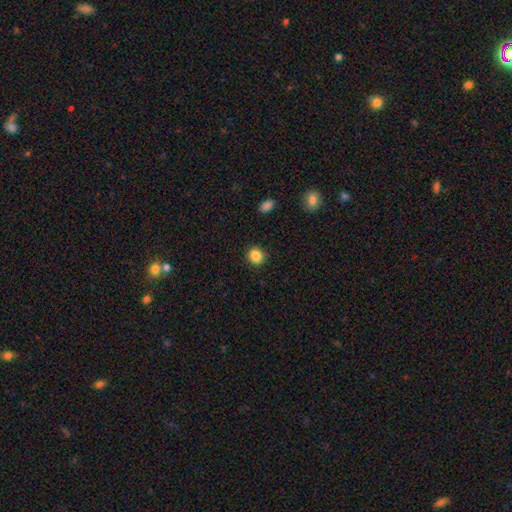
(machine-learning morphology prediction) A smooth galaxy with no disk features (86%) that is round (83%).

Vote fractions:
- Smooth or featured? smooth: 86% / star or artifact: 10% / featured or disk: 4%
- How rounded? round: 83% / in between: 16% / cigar-shaped: 1%
- Merging? none: 89% / minor disturbance: 8% / major disturbance: 2% / merger: 1%